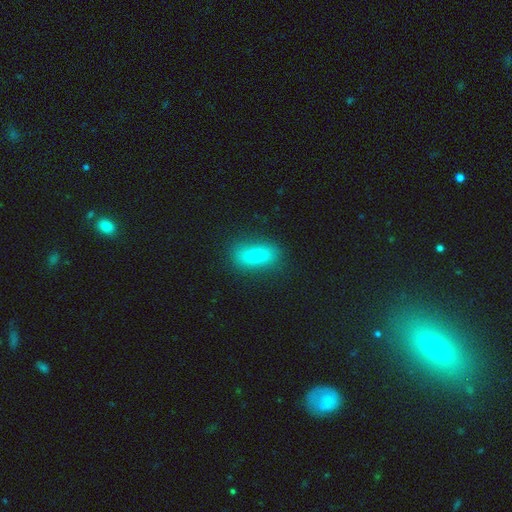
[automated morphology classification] A smooth galaxy with no disk features (69%) that is in between round and cigar-shaped (74%). Merging: none (83%).